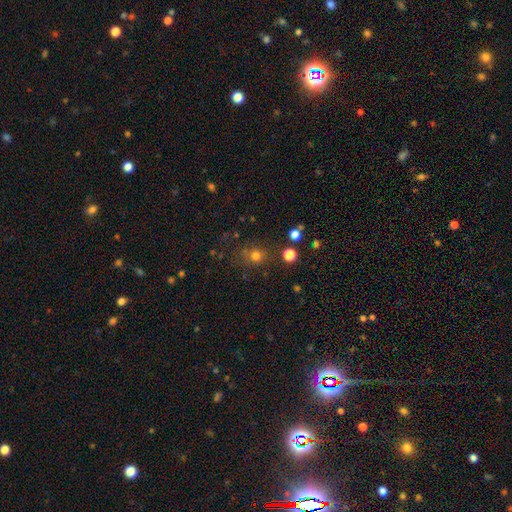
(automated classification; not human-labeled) The model was most divided on "smooth or featured": smooth: 75%, star or artifact: 18%, featured or disk: 7%. More confident: how rounded — round (83%); merging — none (73%).